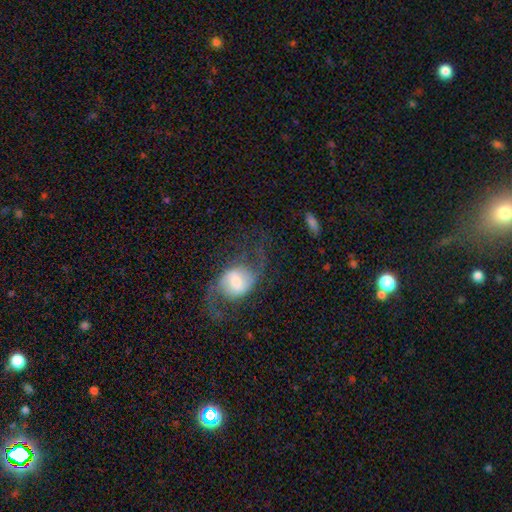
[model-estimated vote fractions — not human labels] smooth-or-featured: featured or disk: 78% | smooth: 12% | star or artifact: 10%
  disk-edge-on: no: 96% | yes: 4%
    bar: no: 46% | weak: 42% | strong: 12%
    has-spiral-arms: yes: 93% | no: 7%
      spiral-winding: loose: 50% | medium: 40% | tight: 10%
      spiral-arm-count: 2: 92% | can't tell: 3% | 1: 2% | 3: 1% | 4: 1% | more than 4: 1%
    bulge-size: large: 35% | moderate: 34% | small: 17% | dominant: 8% | none: 7%
  merging: none: 72% | minor disturbance: 15% | major disturbance: 12% | merger: 2%